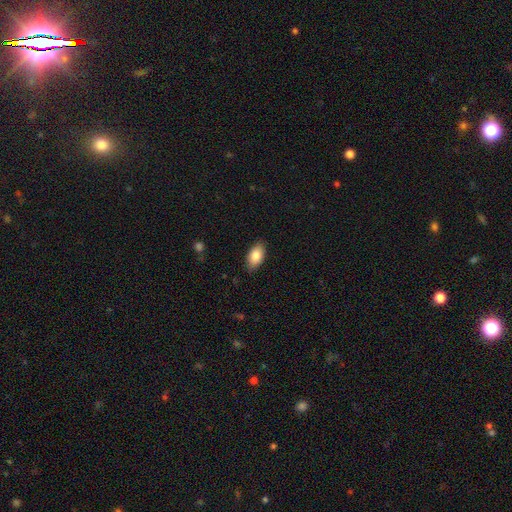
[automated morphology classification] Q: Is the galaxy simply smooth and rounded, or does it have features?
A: smooth — 86%.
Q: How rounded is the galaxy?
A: in between — 94%.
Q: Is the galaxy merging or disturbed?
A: none — 86%.